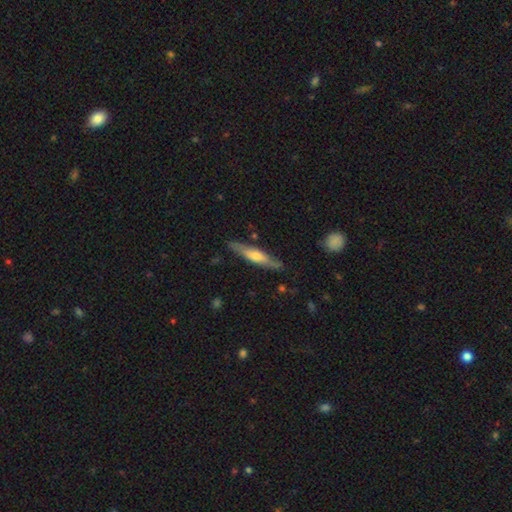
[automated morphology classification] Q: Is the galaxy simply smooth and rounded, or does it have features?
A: featured or disk — 52%.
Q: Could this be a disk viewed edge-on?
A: yes — 85%.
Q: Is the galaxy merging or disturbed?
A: none — 83%.